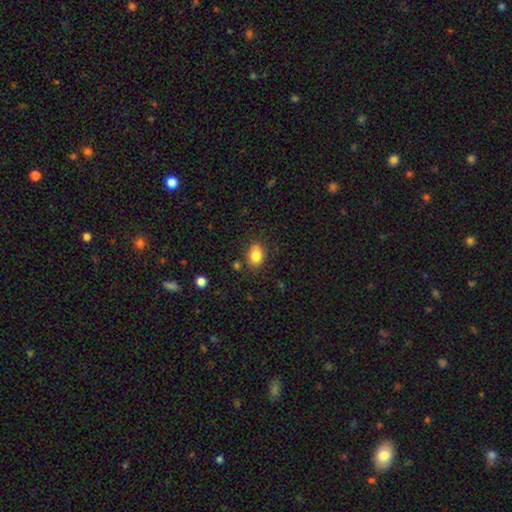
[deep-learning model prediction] Overall: smooth (84%). How rounded: in between (68%; round 30%). Merging: none (76%).